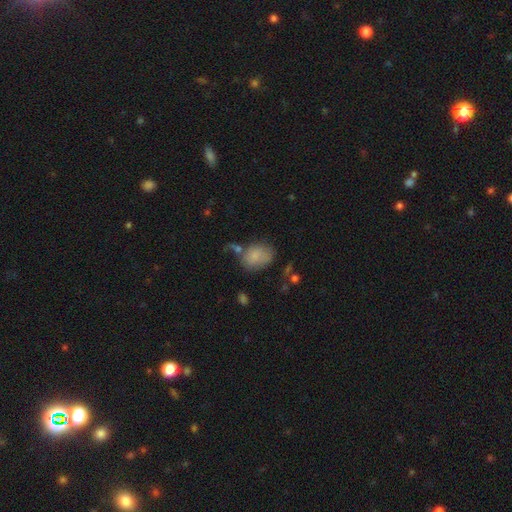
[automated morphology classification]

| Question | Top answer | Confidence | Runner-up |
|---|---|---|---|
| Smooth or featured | smooth | 79% | featured or disk (12%) |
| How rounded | in between | 66% | round (33%) |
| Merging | none | 49% | minor disturbance (25%) |